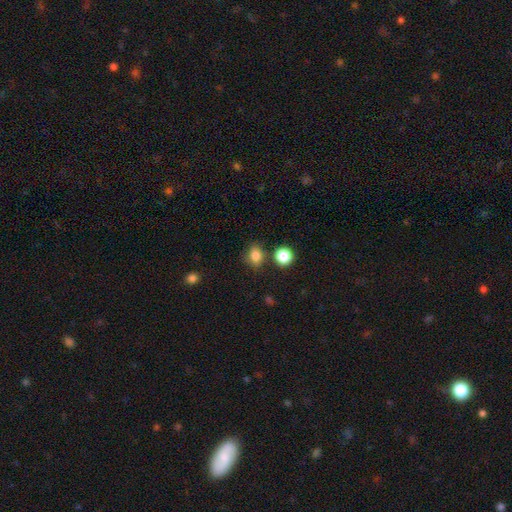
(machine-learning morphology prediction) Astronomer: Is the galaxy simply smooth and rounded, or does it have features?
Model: smooth — 82%.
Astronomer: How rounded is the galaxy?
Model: round — 50% (runner-up: in between, 49%).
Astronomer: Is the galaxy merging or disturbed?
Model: none — 72%.